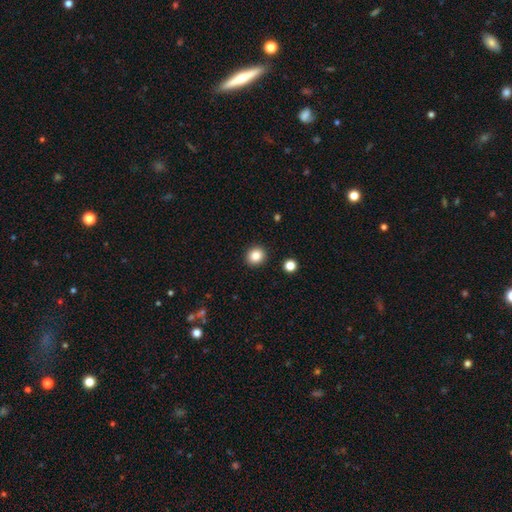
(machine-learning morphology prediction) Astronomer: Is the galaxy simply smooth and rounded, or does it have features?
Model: smooth — 85%.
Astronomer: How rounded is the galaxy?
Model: round — 86%.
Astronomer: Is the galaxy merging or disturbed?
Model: none — 92%.